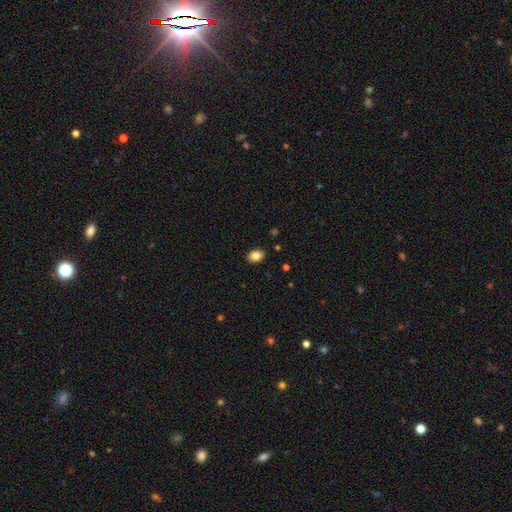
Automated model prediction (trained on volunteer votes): Smooth or featured? smooth (84%)
How rounded? in between (77%)
Merging? none (88%)